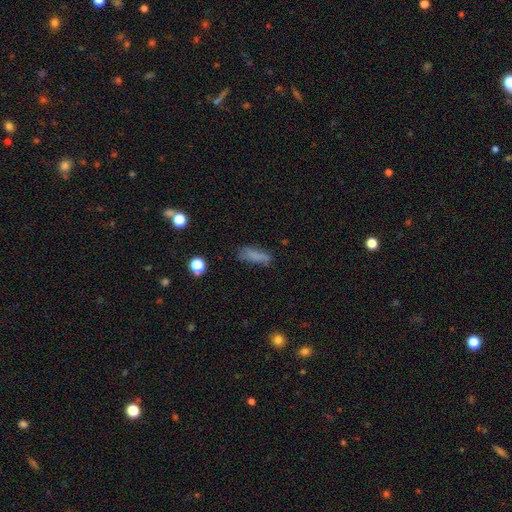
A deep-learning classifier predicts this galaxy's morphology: Overall: smooth (71%). How rounded: in between (53%; cigar-shaped 44%). Merging: none (55%; minor disturbance 27%).